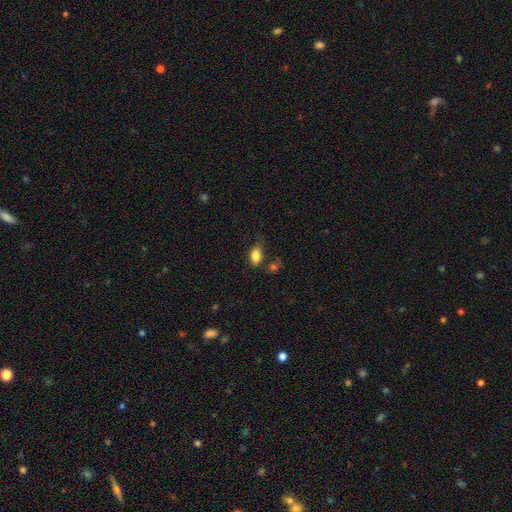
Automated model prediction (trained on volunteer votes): A smooth galaxy with no disk features (83%) that is in between round and cigar-shaped (88%). Merging: none (62%).